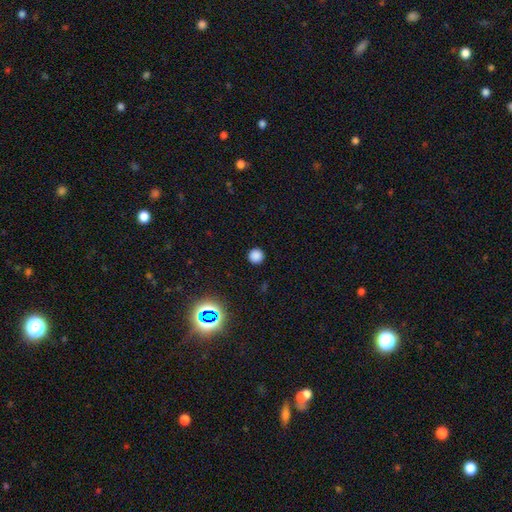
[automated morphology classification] This is clearly a smooth galaxy (81%). How rounded: clearly round (95%). Merging: clearly none (92%).